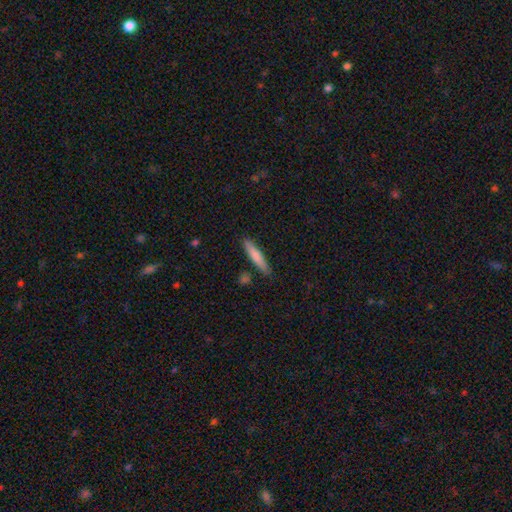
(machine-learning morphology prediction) Q: Smooth or featured?
A: smooth (77%); runner-up: featured or disk (18%)
Q: How rounded?
A: cigar-shaped (90%); runner-up: in between (9%)
Q: Merging?
A: none (86%); runner-up: minor disturbance (9%)